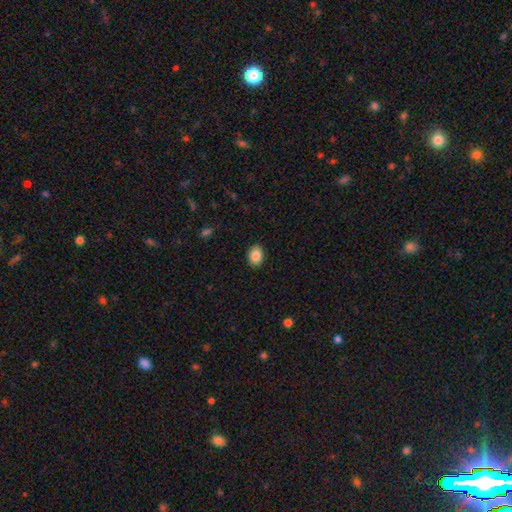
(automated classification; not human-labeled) smooth-or-featured: smooth: 87% | star or artifact: 8% | featured or disk: 5%
  how-rounded: in between: 77% | round: 22% | cigar-shaped: 1%
  merging: none: 88% | minor disturbance: 9% | major disturbance: 2% | merger: 1%